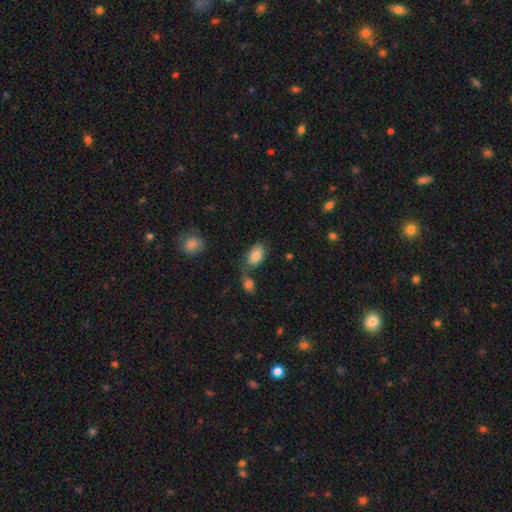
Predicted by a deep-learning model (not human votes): Smooth or featured: smooth — 81% (featured or disk — 12%)
How rounded: in between — 88% (round — 11%)
Merging: none — 50% (merger — 28%)